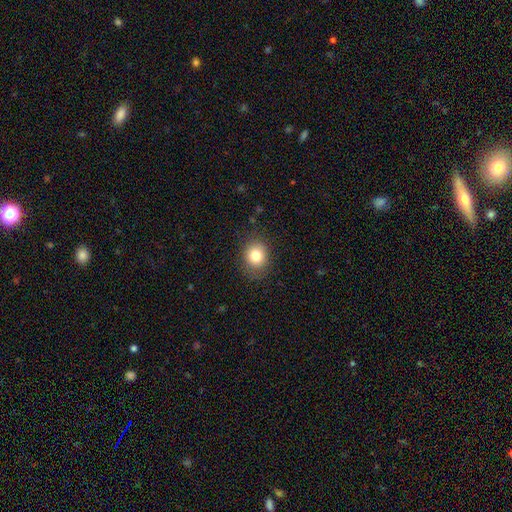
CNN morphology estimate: Overall: smooth (80%). How rounded: round (65%; in between 35%). Merging: none (84%).